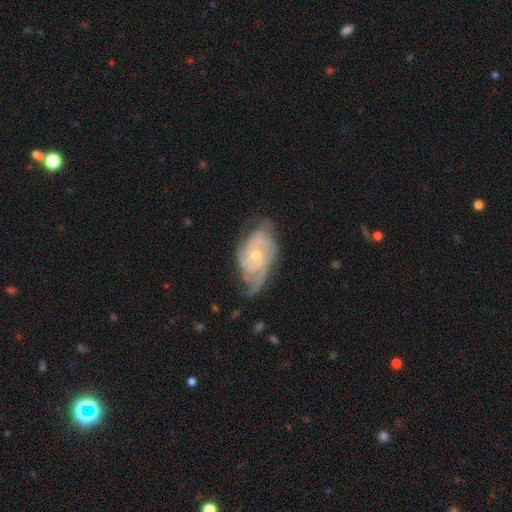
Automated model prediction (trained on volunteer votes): featured or disk 87%, smooth 8%, star or artifact 5%. Down the decision tree: edge-on disk — no (97%); bar — no (69%); spiral arms — yes (96%); spiral arm count — 3 (34%); spiral winding — tight (55%); bulge size — small (55%); merging — none (55%).